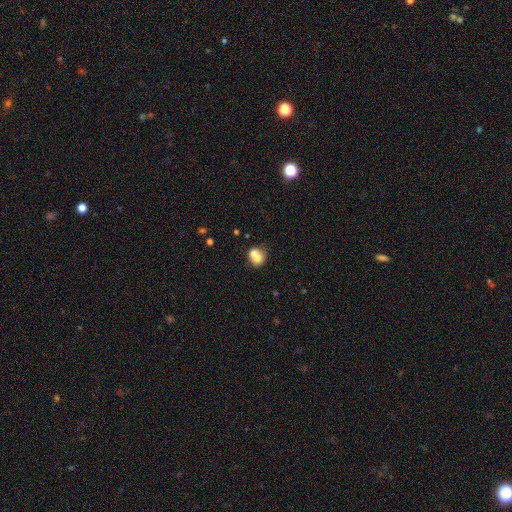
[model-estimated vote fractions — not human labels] smooth 69%, featured or disk 21%, star or artifact 10%. Down the decision tree: how rounded — round (62%); merging — merger (60%).